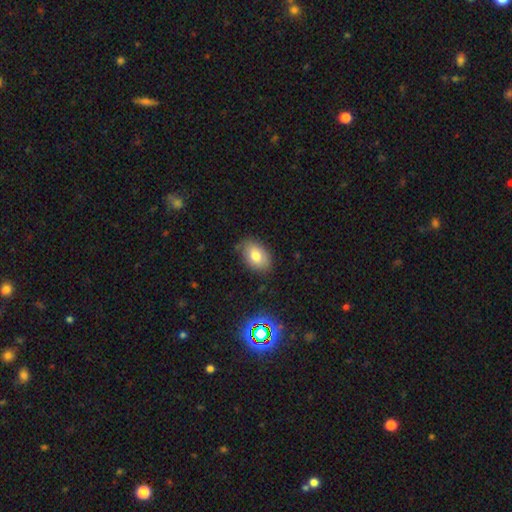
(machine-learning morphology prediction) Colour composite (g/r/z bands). It shows a smooth galaxy with no disk features (76%) that is in between round and cigar-shaped (86%). Merging: none (79%).